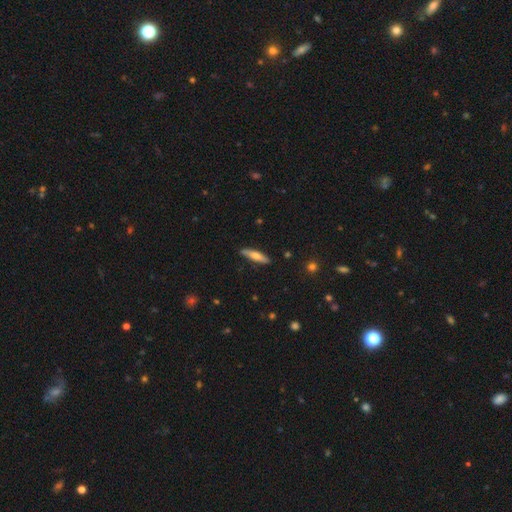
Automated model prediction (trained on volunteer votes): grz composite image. It shows a smooth galaxy with no disk features (58%) that is cigar-shaped (80%). Merging: none (87%).